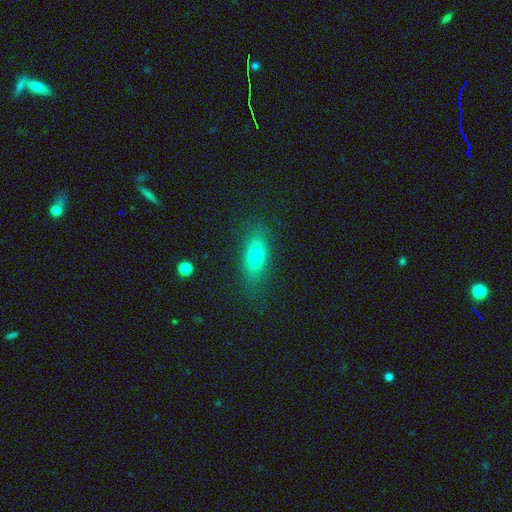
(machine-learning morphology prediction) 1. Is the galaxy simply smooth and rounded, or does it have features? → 73% smooth, 17% featured or disk, 11% star or artifact.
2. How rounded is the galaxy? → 74% in between, 18% cigar-shaped, 8% round.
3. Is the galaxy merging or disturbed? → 80% none, 13% minor disturbance, 5% major disturbance, 1% merger.